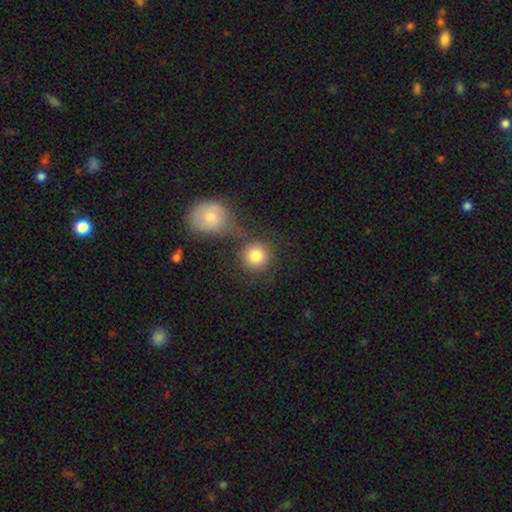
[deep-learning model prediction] Smooth or featured: smooth — 83% (star or artifact — 9%)
How rounded: round — 90% (in between — 9%)
Merging: none — 58% (merger — 27%)